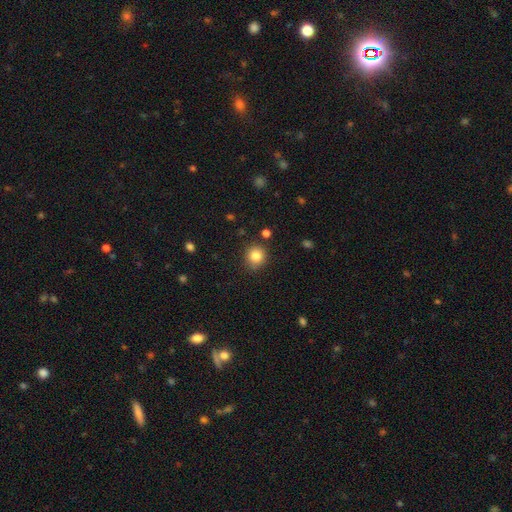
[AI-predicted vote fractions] Smooth or featured? Predicted: smooth (p=0.84). How rounded? Predicted: round (p=0.87). Merging? Predicted: none (p=0.85).